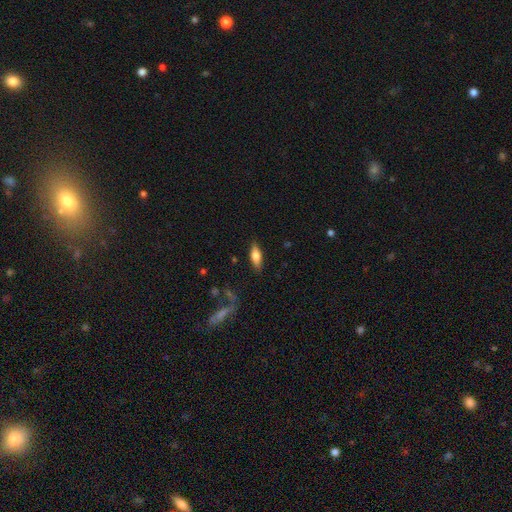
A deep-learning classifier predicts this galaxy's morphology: Smooth or featured?
  - smooth: 66% *
  - featured or disk: 27%
  - star or artifact: 7%
How rounded?
  - in between: 66% *
  - cigar-shaped: 31%
  - round: 3%
Merging?
  - none: 84% *
  - minor disturbance: 11%
  - major disturbance: 3%
  - merger: 2%